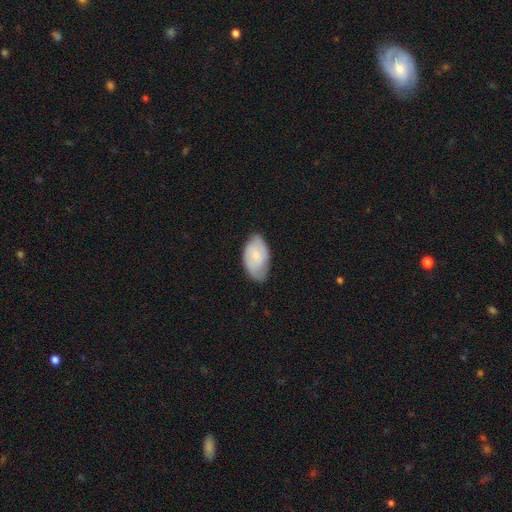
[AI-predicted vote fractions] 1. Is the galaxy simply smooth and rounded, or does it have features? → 62% smooth, 32% featured or disk, 6% star or artifact.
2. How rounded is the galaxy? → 94% in between, 4% round, 2% cigar-shaped.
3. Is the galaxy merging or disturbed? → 61% none, 32% minor disturbance, 6% major disturbance, 1% merger.